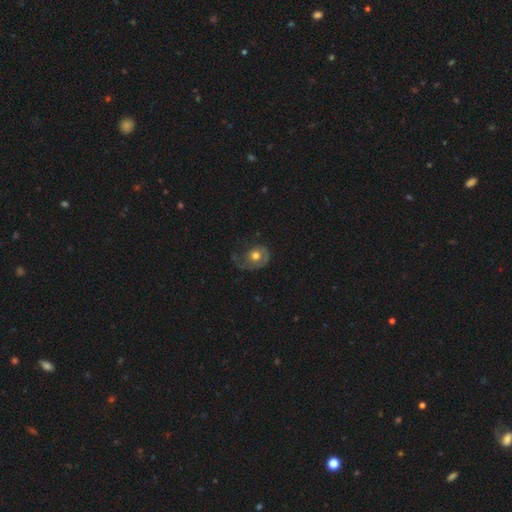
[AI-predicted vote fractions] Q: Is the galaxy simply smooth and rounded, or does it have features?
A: featured or disk — 49%.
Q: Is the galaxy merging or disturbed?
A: major disturbance — 41%.